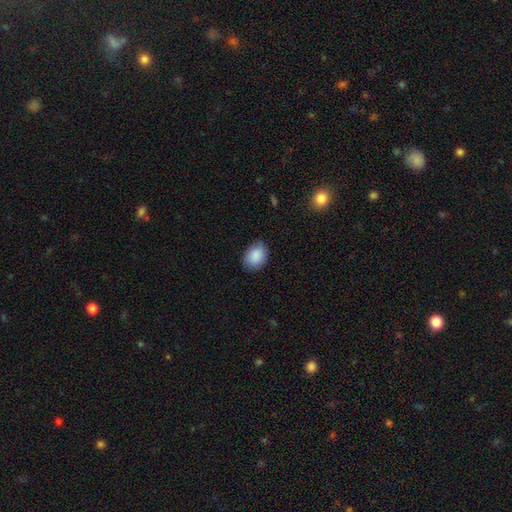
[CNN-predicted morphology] Q: Smooth or featured?
A: smooth (89%); runner-up: star or artifact (7%)
Q: How rounded?
A: in between (72%); runner-up: round (27%)
Q: Merging?
A: none (83%); runner-up: minor disturbance (13%)